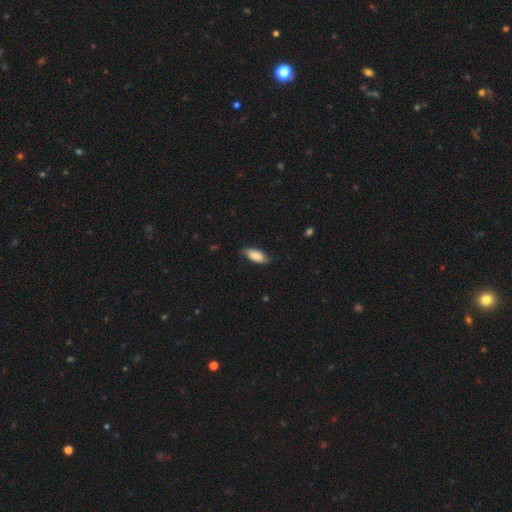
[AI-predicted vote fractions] smooth_or_featured: smooth (p=0.81) [alt: featured or disk p=0.13]
how_rounded: in between (p=0.87) [alt: cigar-shaped p=0.10]
merging: none (p=0.71) [alt: minor disturbance p=0.23]